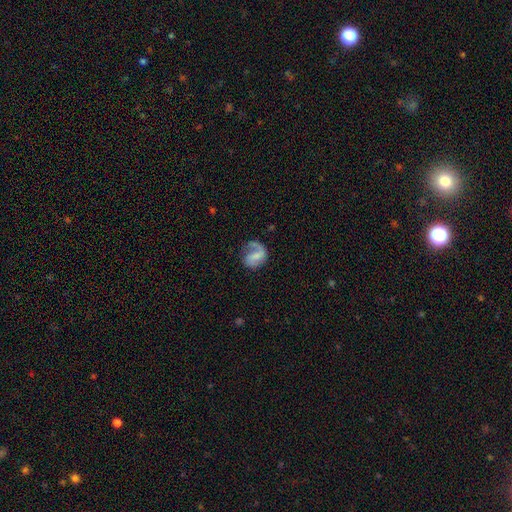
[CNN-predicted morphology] Q: Smooth or featured?
A: featured or disk (57%); runner-up: smooth (35%)
Q: Edge-on disk?
A: no (98%); runner-up: yes (2%)
Q: Bar?
A: weak (43%); runner-up: no (39%)
Q: Spiral arms?
A: yes (82%); runner-up: no (18%)
Q: Bulge size?
A: small (39%); runner-up: none (36%)
Q: Merging?
A: none (41%); runner-up: major disturbance (32%)